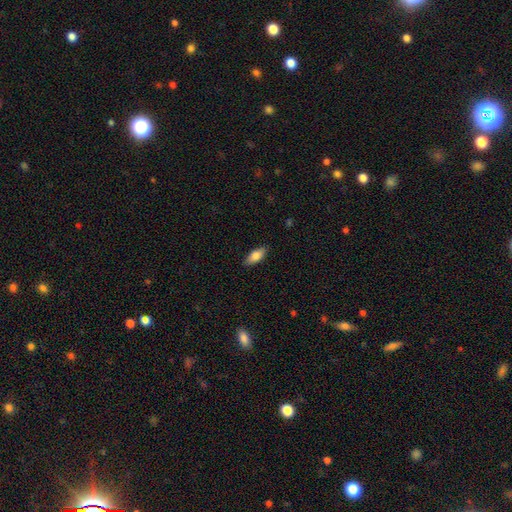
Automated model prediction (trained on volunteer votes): smooth-or-featured: smooth: 80% | featured or disk: 14% | star or artifact: 6%
  how-rounded: in between: 81% | cigar-shaped: 17% | round: 2%
  merging: none: 87% | minor disturbance: 10% | major disturbance: 2% | merger: 1%